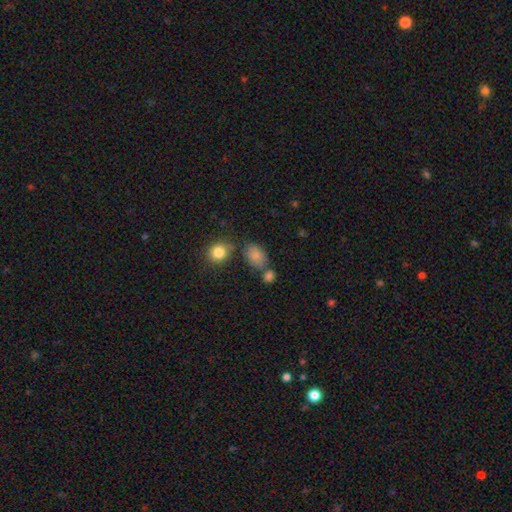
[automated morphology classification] This is clearly a smooth galaxy (82%). How rounded: likely in between (79%). Merging: possibly none (59%).